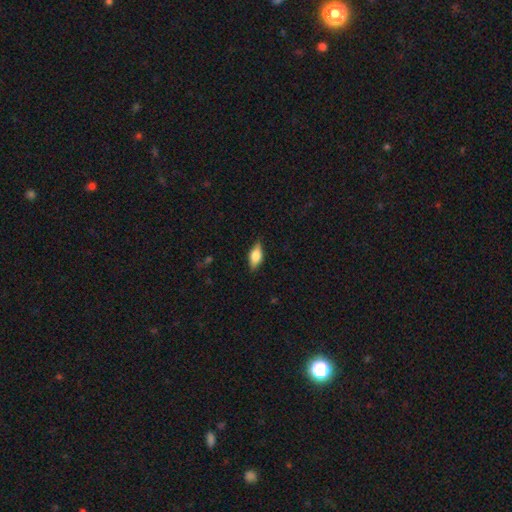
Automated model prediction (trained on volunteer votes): A smooth galaxy with no disk features (63%) that is in between round and cigar-shaped (80%).

Vote fractions:
- Smooth or featured? smooth: 63% / featured or disk: 30% / star or artifact: 7%
- How rounded? in between: 80% / cigar-shaped: 15% / round: 4%
- Merging? none: 83% / minor disturbance: 13% / major disturbance: 3% / merger: 1%